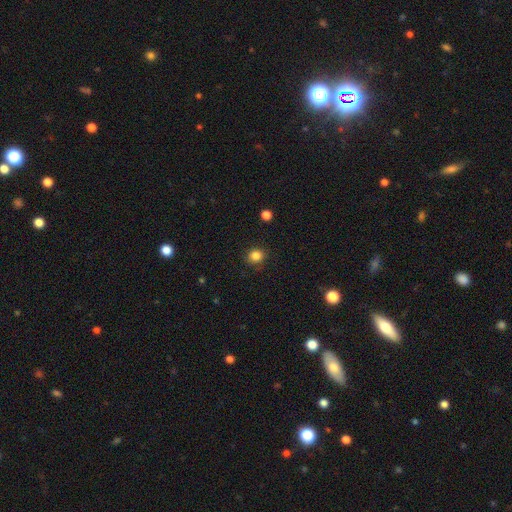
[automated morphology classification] Smooth or featured? Predicted: smooth (p=0.84). How rounded? Predicted: round (p=0.82). Merging? Predicted: none (p=0.87).